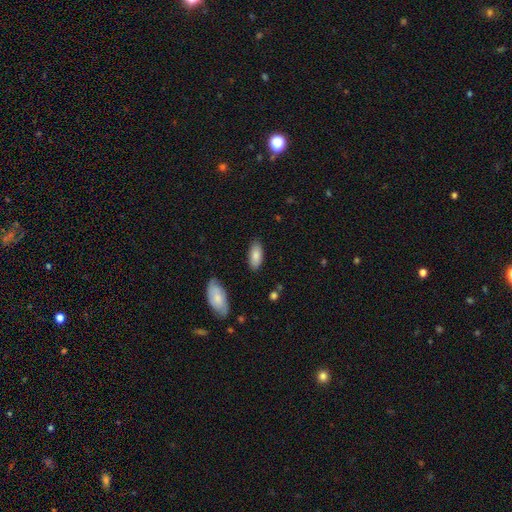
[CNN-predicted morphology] A smooth galaxy with no disk features (84%) that is in between round and cigar-shaped (88%).

Vote fractions:
- Smooth or featured? smooth: 84% / featured or disk: 10% / star or artifact: 6%
- How rounded? in between: 88% / cigar-shaped: 10% / round: 2%
- Merging? none: 84% / minor disturbance: 12% / major disturbance: 3% / merger: 2%